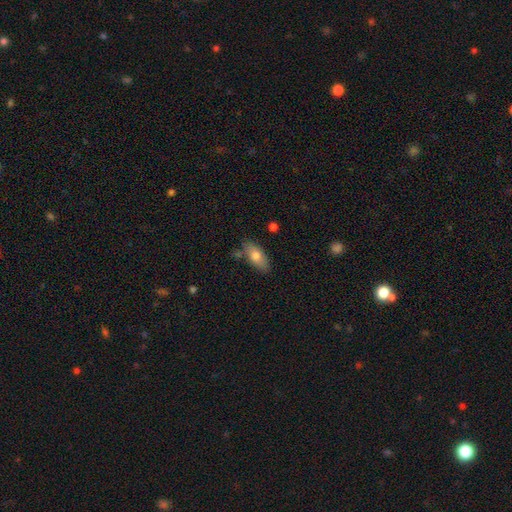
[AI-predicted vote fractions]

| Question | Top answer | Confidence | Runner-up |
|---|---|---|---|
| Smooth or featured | smooth | 75% | featured or disk (18%) |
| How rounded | in between | 85% | cigar-shaped (11%) |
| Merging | none | 74% | minor disturbance (17%) |